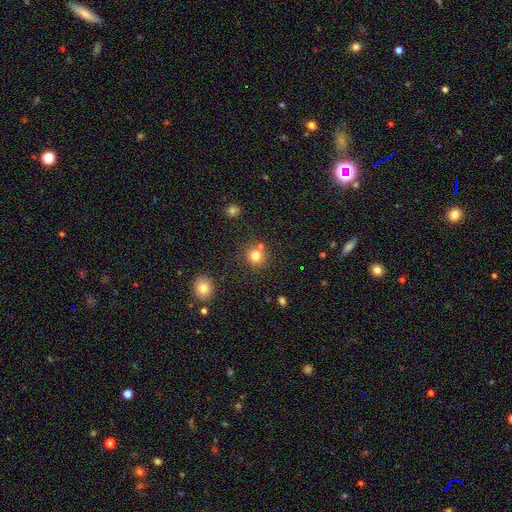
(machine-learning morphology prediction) smooth_or_featured: smooth (p=0.79) [alt: star or artifact p=0.14]
how_rounded: round (p=0.91) [alt: in between p=0.08]
merging: none (p=0.75) [alt: merger p=0.13]